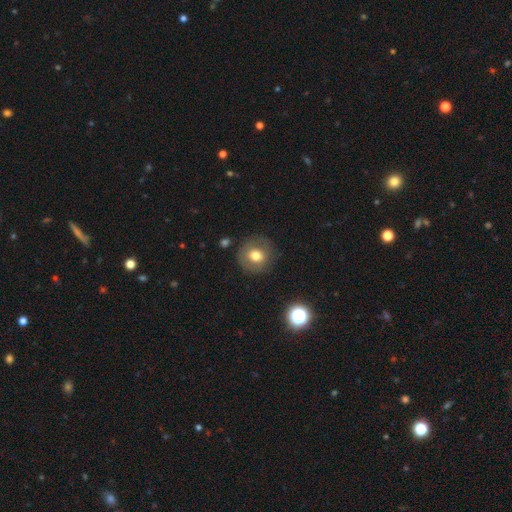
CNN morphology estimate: The model was most divided on "smooth or featured": smooth: 71%, featured or disk: 18%, star or artifact: 11%. More confident: how rounded — round (90%); merging — none (85%).